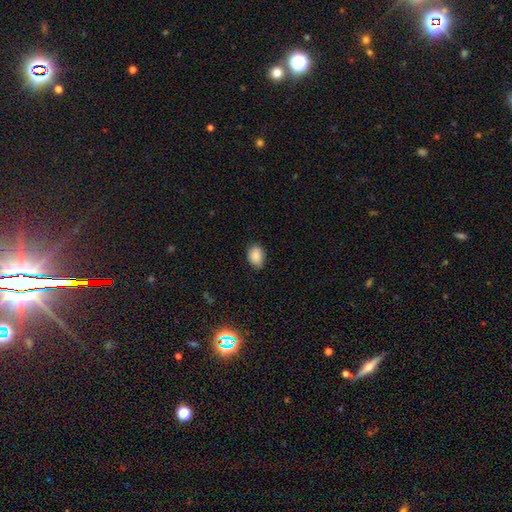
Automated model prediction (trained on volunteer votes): smooth-or-featured: smooth: 88% | star or artifact: 8% | featured or disk: 4%
  how-rounded: in between: 75% | round: 24% | cigar-shaped: 1%
  merging: none: 79% | minor disturbance: 17% | major disturbance: 3% | merger: 1%